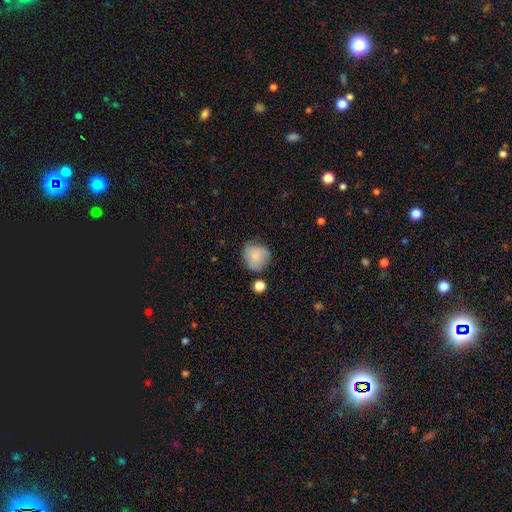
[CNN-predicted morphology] smooth_or_featured: smooth (p=0.82) [alt: featured or disk p=0.10]
how_rounded: round (p=0.80) [alt: in between p=0.19]
merging: none (p=0.61) [alt: minor disturbance p=0.26]